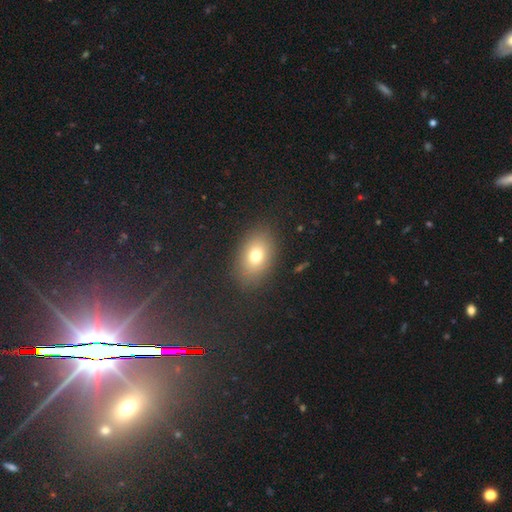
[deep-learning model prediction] Smooth or featured?
  - smooth: 76% *
  - featured or disk: 13%
  - star or artifact: 11%
How rounded?
  - in between: 81% *
  - round: 17%
  - cigar-shaped: 1%
Merging?
  - none: 84% *
  - minor disturbance: 10%
  - major disturbance: 4%
  - merger: 1%